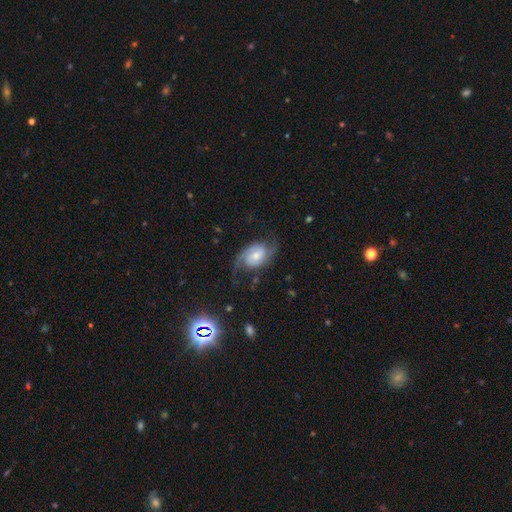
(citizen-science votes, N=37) smooth_or_featured: featured or disk (p=0.86) [alt: star or artifact p=0.08]
disk_edge_on: no (p=1.00)
bar: no (p=0.62) [alt: weak p=0.34]
has_spiral_arms: yes (p=1.00)
spiral_winding: medium (p=0.47) [alt: tight p=0.34]
spiral_arm_count: 2 (p=0.97) [alt: can't tell p=0.03]
bulge_size: moderate (p=0.69) [alt: small p=0.31]
merging: none (p=0.68) [alt: minor disturbance p=0.21]